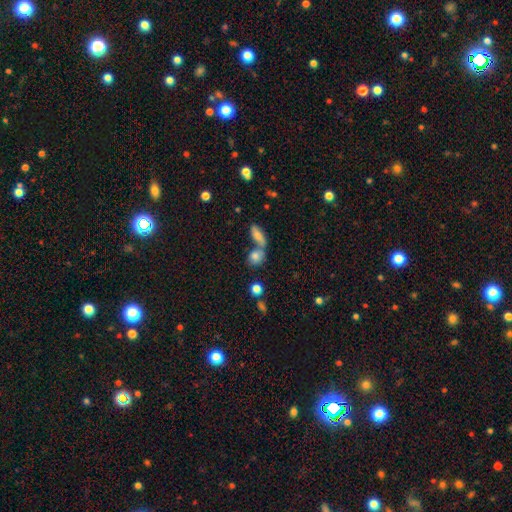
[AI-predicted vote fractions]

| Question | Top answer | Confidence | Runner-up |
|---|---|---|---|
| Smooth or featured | smooth | 78% | featured or disk (11%) |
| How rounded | round | 51% | in between (43%) |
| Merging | merger | 46% | none (41%) |